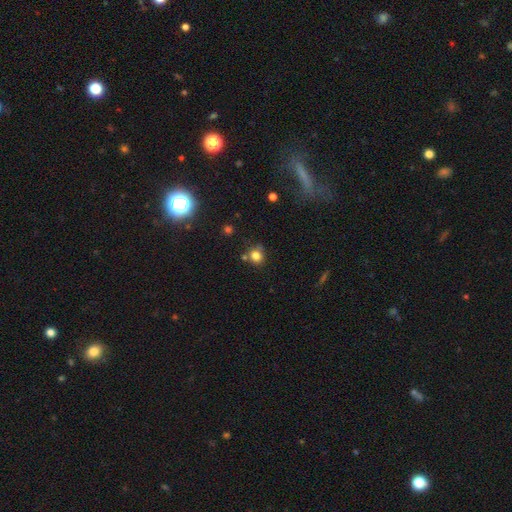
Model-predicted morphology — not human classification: Smooth or featured? smooth (79%)
How rounded? round (82%)
Merging? none (68%)